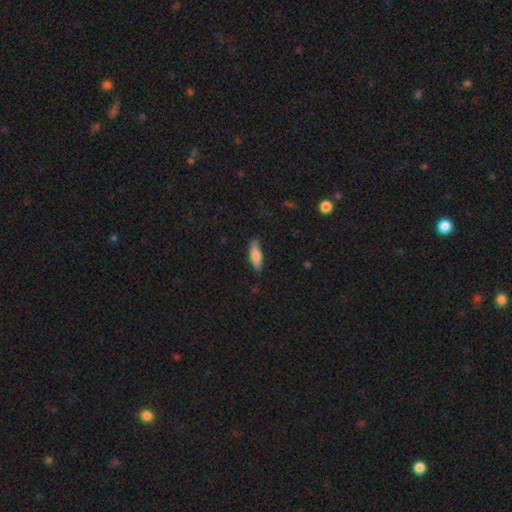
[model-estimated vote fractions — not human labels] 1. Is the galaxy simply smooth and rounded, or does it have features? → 74% smooth, 20% featured or disk, 6% star or artifact.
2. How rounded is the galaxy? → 52% in between, 46% cigar-shaped, 2% round.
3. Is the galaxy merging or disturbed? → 84% none, 12% minor disturbance, 2% major disturbance, 1% merger.